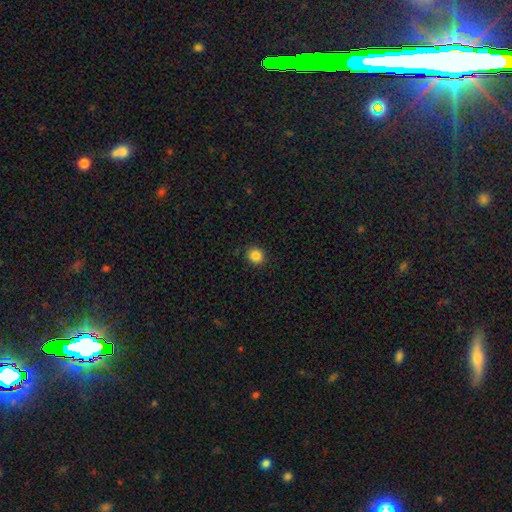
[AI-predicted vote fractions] Smooth or featured: smooth — 85% (star or artifact — 11%)
How rounded: round — 86% (in between — 14%)
Merging: none — 91% (minor disturbance — 6%)